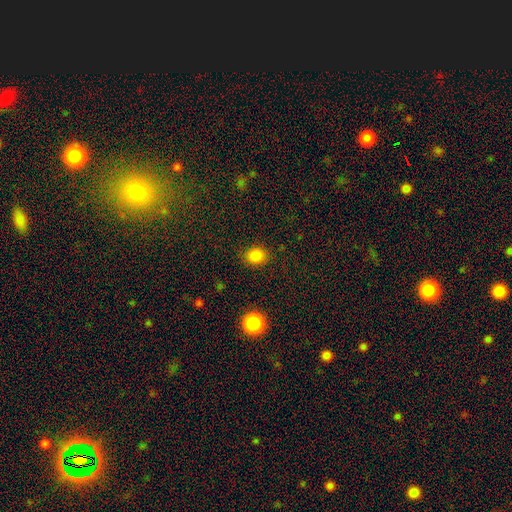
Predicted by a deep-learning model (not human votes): A smooth galaxy with no disk features (84%) that is round (64%).

Vote fractions:
- Smooth or featured? smooth: 84% / star or artifact: 12% / featured or disk: 4%
- How rounded? round: 64% / in between: 35% / cigar-shaped: 1%
- Merging? none: 86% / minor disturbance: 9% / major disturbance: 3% / merger: 1%